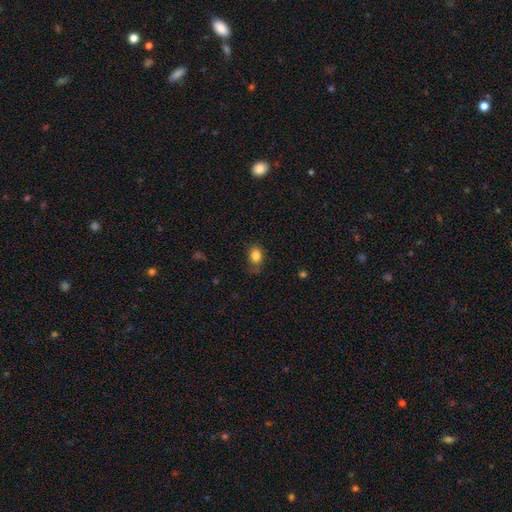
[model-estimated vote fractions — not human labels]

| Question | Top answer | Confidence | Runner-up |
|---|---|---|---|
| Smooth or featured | smooth | 83% | star or artifact (10%) |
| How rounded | in between | 60% | round (39%) |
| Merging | none | 63% | minor disturbance (25%) |